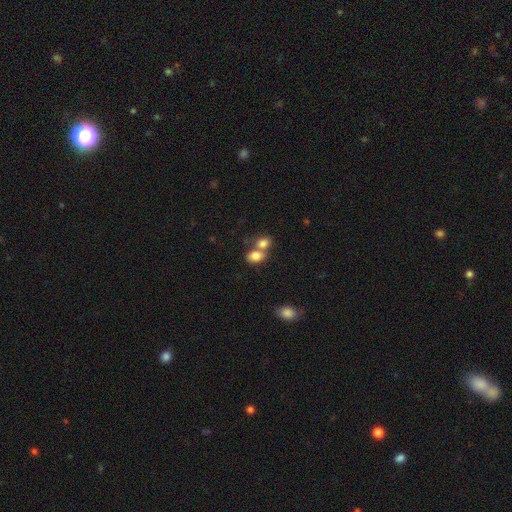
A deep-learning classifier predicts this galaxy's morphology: Q: Smooth or featured?
A: smooth (82%); runner-up: star or artifact (9%)
Q: How rounded?
A: in between (71%); runner-up: round (28%)
Q: Merging?
A: merger (57%); runner-up: none (32%)